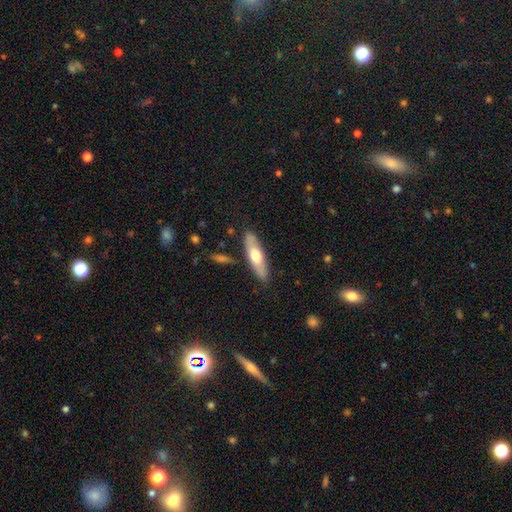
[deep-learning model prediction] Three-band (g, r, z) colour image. It shows a smooth galaxy with no disk features (57%) that is cigar-shaped (55%). Merging: none (84%).